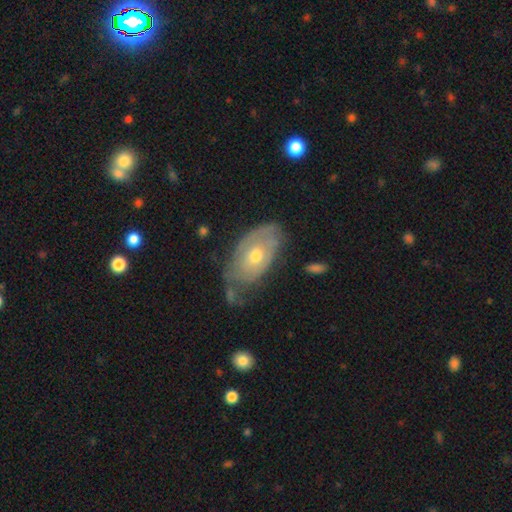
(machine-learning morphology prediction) Smooth or featured: featured or disk — 60% (smooth — 33%)
Edge-on disk: no — 90% (yes — 10%)
Bar: no — 85% (weak — 12%)
Spiral arms: yes — 53% (no — 47%)
Bulge size: moderate — 62% (small — 34%)
Merging: none — 55% (minor disturbance — 30%)